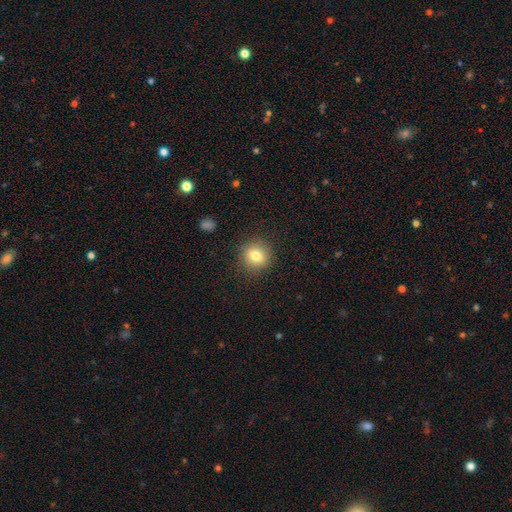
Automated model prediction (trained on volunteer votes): Morphology: type=smooth (79%); roundness=round (84%); merging=none (89%).